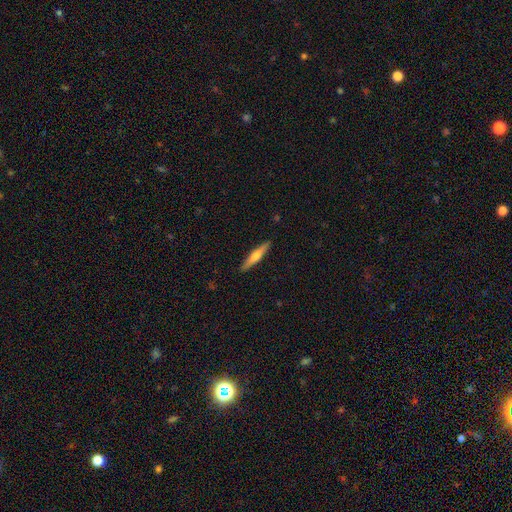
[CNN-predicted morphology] Smooth or featured?
  - featured or disk: 48% *
  - smooth: 46%
  - star or artifact: 5%
Merging?
  - none: 91% *
  - minor disturbance: 7%
  - major disturbance: 1%
  - merger: 1%